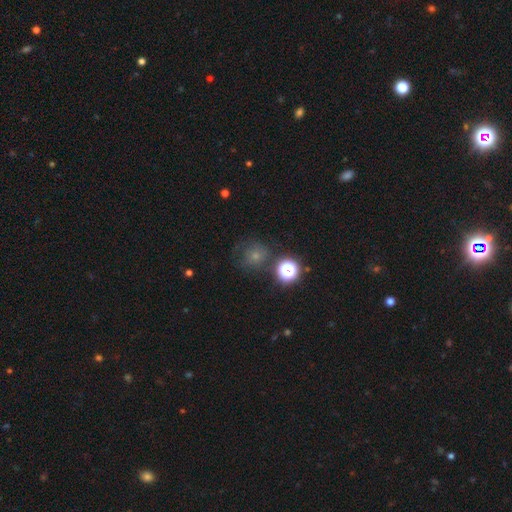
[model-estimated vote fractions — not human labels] Q: Smooth or featured?
A: smooth (60%); runner-up: star or artifact (23%)
Q: How rounded?
A: round (86%); runner-up: in between (13%)
Q: Merging?
A: none (61%); runner-up: minor disturbance (19%)